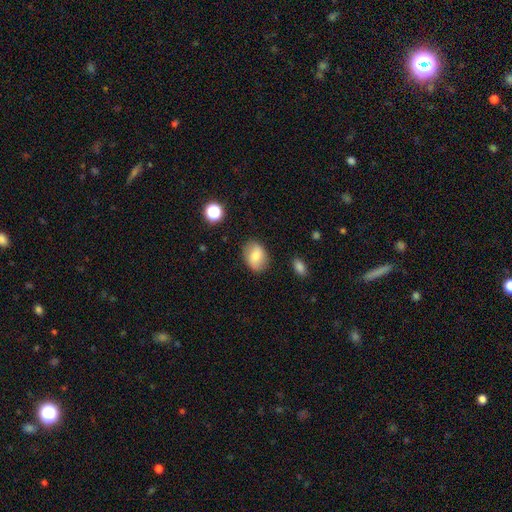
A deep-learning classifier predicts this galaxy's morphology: This appears to be a smooth galaxy with no disk features (74%) that is in between round and cigar-shaped (74%). Merging: none (83%).